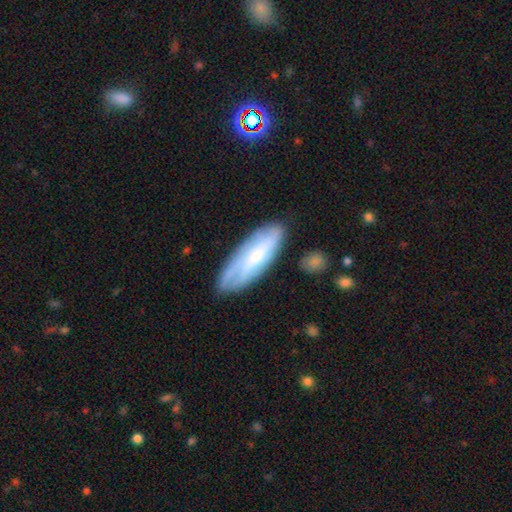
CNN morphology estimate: smooth_or_featured: smooth (p=0.50) [alt: featured or disk p=0.43]
merging: none (p=0.73) [alt: minor disturbance p=0.19]